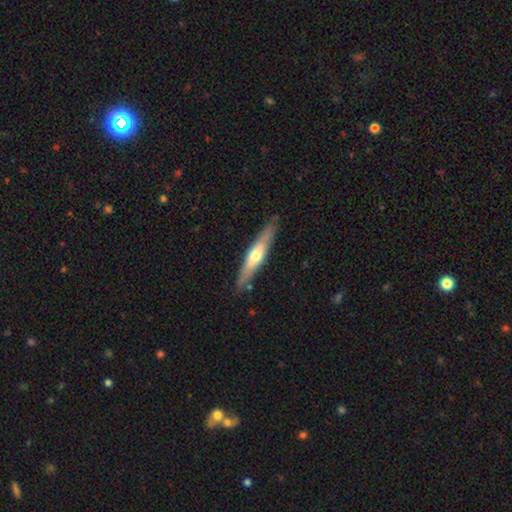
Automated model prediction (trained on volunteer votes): Smooth or featured? featured or disk (54%)
Edge-on disk? yes (87%)
Merging? none (85%)